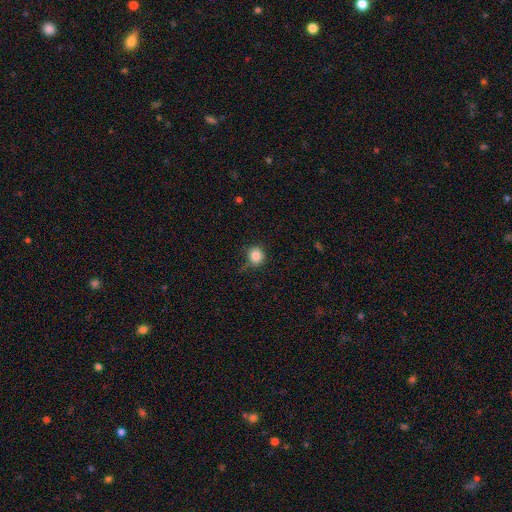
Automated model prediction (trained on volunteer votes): smooth 84%, star or artifact 11%, featured or disk 5%. Down the decision tree: how rounded — round (86%); merging — none (71%).